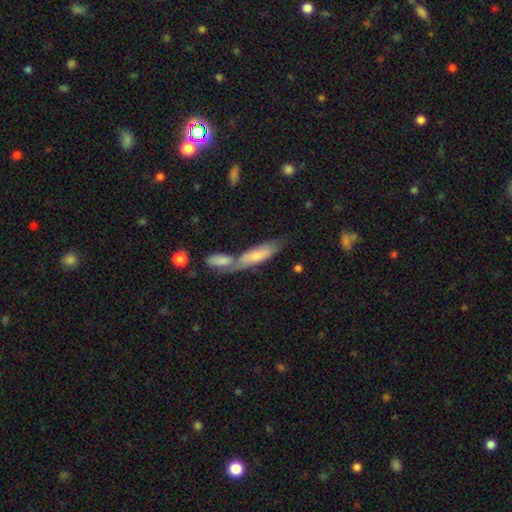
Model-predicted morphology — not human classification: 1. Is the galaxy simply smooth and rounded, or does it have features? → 68% smooth, 26% featured or disk, 6% star or artifact.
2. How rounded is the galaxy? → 55% cigar-shaped, 43% in between, 2% round.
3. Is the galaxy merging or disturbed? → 53% merger, 32% none, 11% minor disturbance, 4% major disturbance.